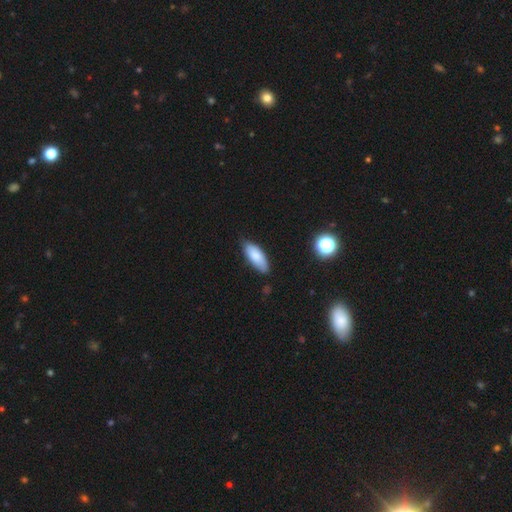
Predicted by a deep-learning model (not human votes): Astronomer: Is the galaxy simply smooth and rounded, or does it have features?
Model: smooth — 83%.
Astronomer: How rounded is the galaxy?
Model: in between — 79%.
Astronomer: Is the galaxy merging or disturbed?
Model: none — 76%.